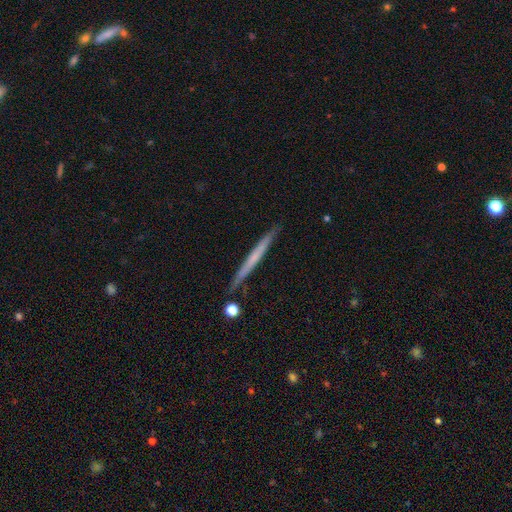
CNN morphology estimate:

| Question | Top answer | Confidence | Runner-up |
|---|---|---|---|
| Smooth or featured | featured or disk | 49% | smooth (46%) |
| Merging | none | 89% | minor disturbance (7%) |